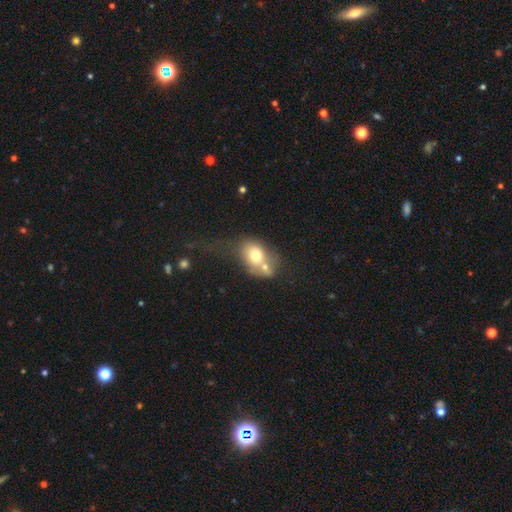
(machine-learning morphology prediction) A smooth galaxy with no disk features (67%) that is in between round and cigar-shaped (65%). Merging: merger (45%).